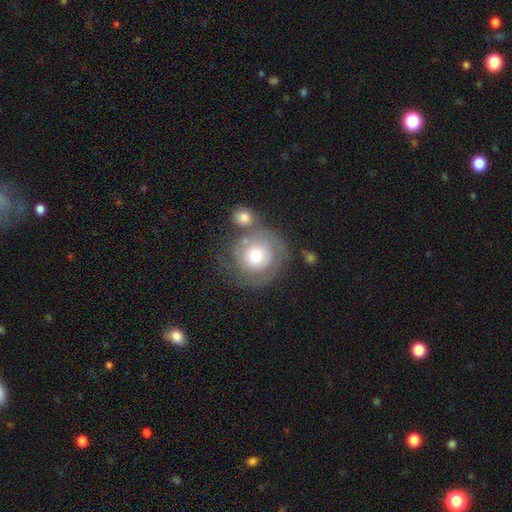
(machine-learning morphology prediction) Smooth or featured?
  - smooth: 47% *
  - featured or disk: 46%
  - star or artifact: 7%
Merging?
  - none: 51% *
  - merger: 21%
  - minor disturbance: 17%
  - major disturbance: 11%